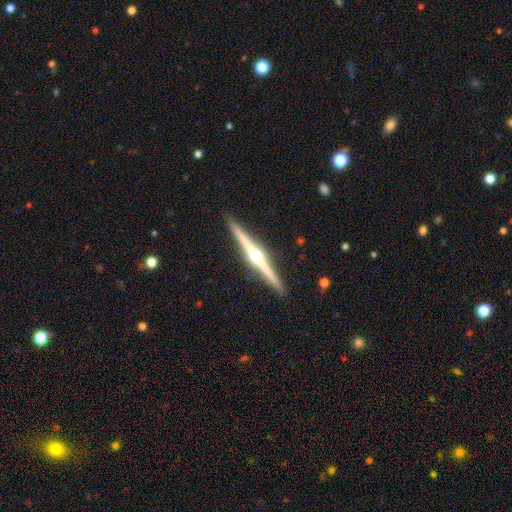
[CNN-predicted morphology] type=featured or disk (85%); edge-on=yes (99%); edge-on bulge=rounded (93%); merging=none (92%).